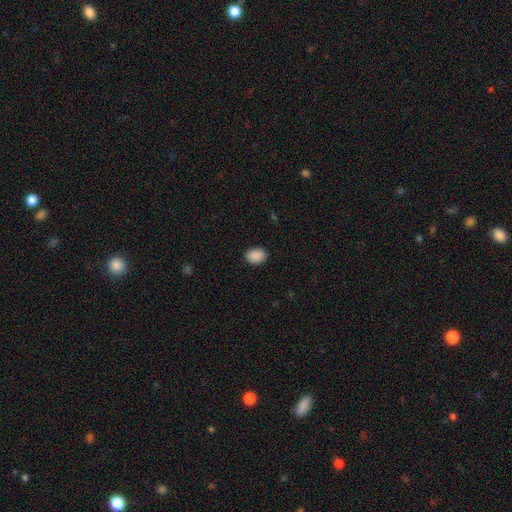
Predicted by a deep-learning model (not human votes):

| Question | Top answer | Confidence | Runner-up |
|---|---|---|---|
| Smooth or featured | smooth | 90% | star or artifact (8%) |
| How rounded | in between | 64% | round (35%) |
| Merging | none | 88% | minor disturbance (9%) |